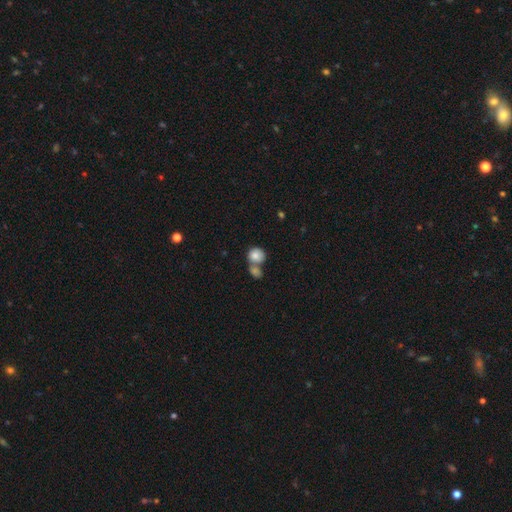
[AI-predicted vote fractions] Smooth or featured?
  - smooth: 82% *
  - featured or disk: 10%
  - star or artifact: 8%
How rounded?
  - round: 78% *
  - in between: 21%
  - cigar-shaped: 1%
Merging?
  - merger: 53% *
  - none: 34%
  - minor disturbance: 9%
  - major disturbance: 4%